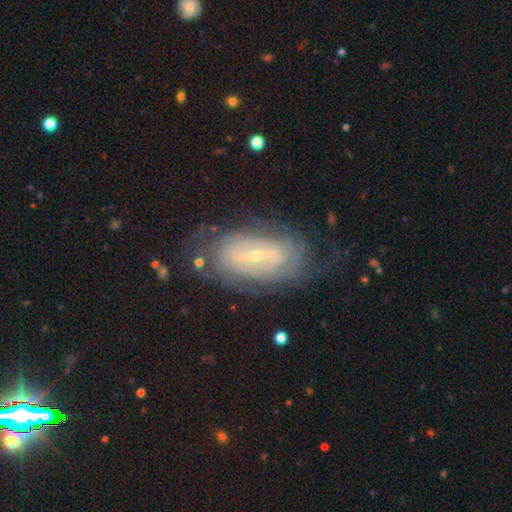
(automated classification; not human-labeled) This appears to be a featured or disk galaxy (82%) with a weak bar (41%), tight (70%) spiral arms (87%) and a small central bulge (68%). Merging: none (73%).